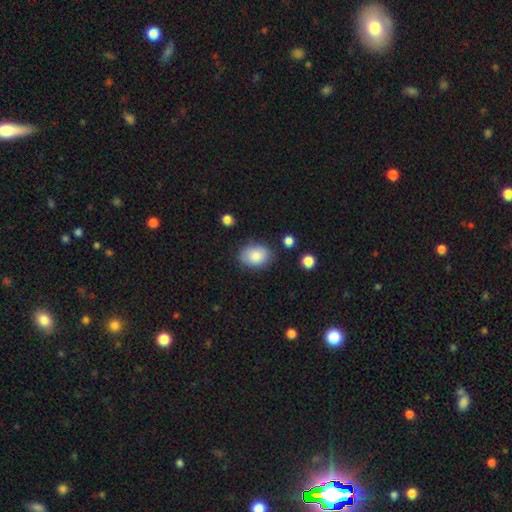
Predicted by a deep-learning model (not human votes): Morphology: type=smooth (86%); roundness=in between (75%); merging=none (79%).